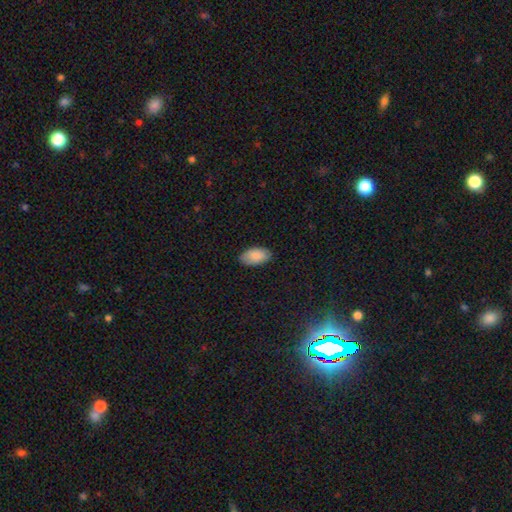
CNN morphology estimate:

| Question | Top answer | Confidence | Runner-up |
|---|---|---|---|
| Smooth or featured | smooth | 88% | star or artifact (6%) |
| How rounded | in between | 96% | round (3%) |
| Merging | none | 85% | minor disturbance (12%) |